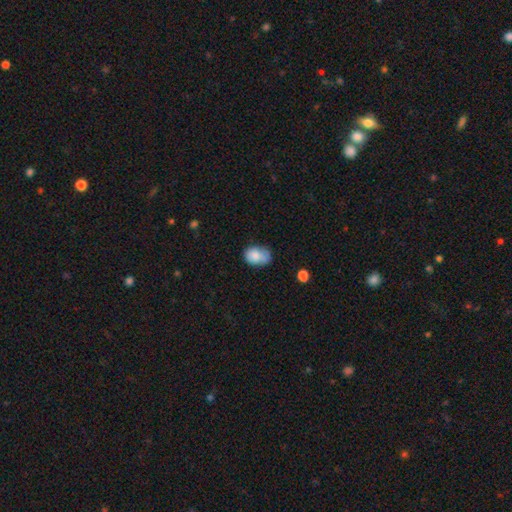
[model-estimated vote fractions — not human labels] smooth-or-featured: smooth: 79% | featured or disk: 12% | star or artifact: 8%
  how-rounded: in between: 74% | round: 25% | cigar-shaped: 1%
  merging: none: 47% | minor disturbance: 37% | major disturbance: 11% | merger: 5%